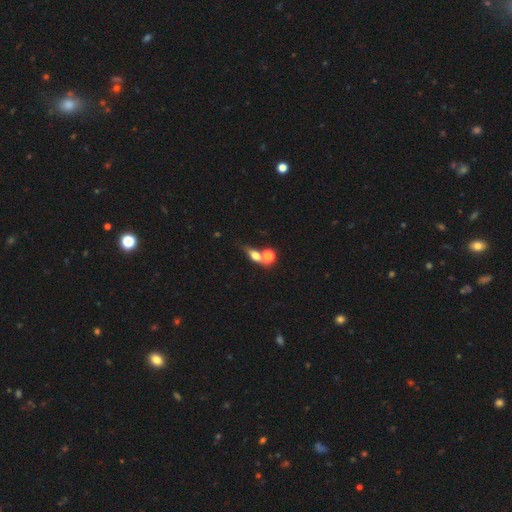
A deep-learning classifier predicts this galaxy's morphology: A smooth galaxy with no disk features (62%) that is in between round and cigar-shaped (48%).

Vote fractions:
- Smooth or featured? smooth: 62% / featured or disk: 21% / star or artifact: 17%
- How rounded? in between: 48% / round: 37% / cigar-shaped: 15%
- Merging? none: 45% / merger: 35% / minor disturbance: 12% / major disturbance: 8%